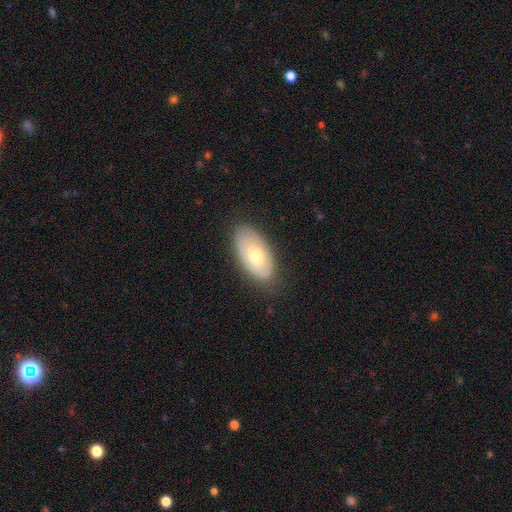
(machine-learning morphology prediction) Smooth or featured: smooth — 59% (featured or disk — 34%)
How rounded: in between — 94% (round — 4%)
Merging: none — 81% (minor disturbance — 14%)